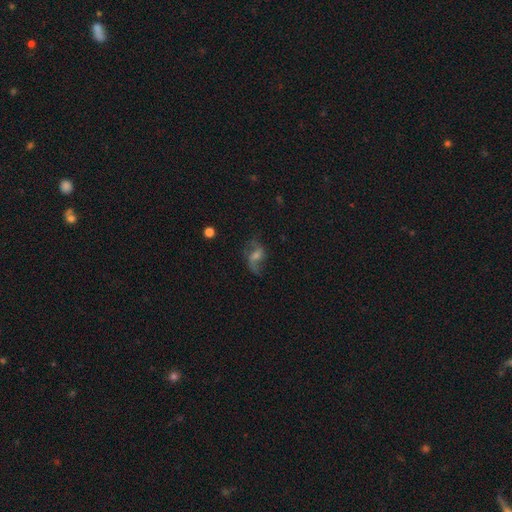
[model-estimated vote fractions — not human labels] A featured or disk galaxy (75%) with a weak bar (46%), 2 (87%) loose (74%) spiral arms (92%) and a small central bulge (42%). Merging: none (68%).